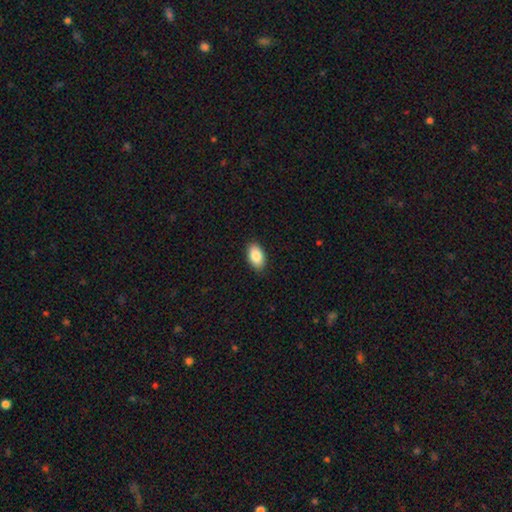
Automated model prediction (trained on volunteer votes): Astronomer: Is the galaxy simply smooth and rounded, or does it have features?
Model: smooth — 88%.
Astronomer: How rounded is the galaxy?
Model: in between — 94%.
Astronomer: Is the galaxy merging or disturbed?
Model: none — 88%.